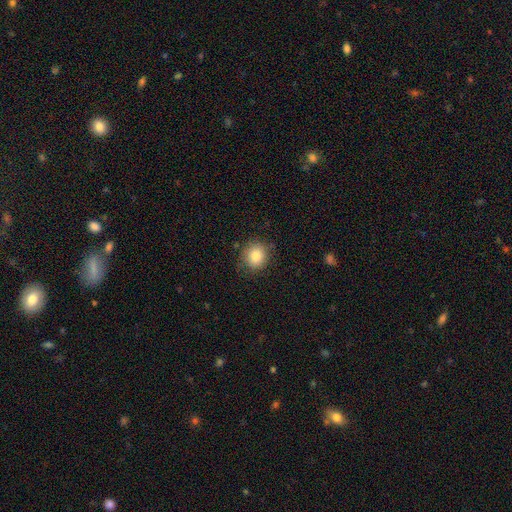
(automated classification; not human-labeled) Smooth or featured: smooth — 85% (star or artifact — 9%)
How rounded: round — 79% (in between — 20%)
Merging: none — 82% (minor disturbance — 14%)